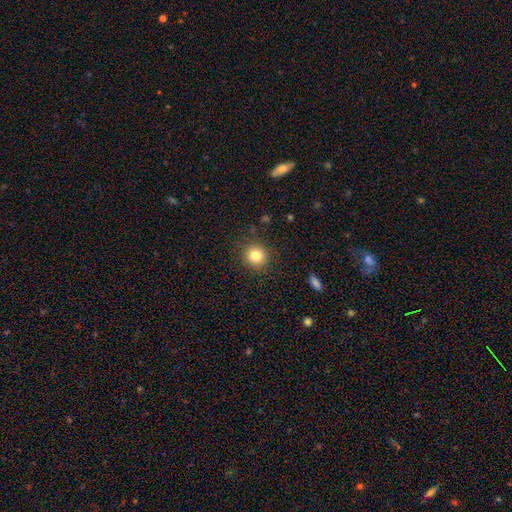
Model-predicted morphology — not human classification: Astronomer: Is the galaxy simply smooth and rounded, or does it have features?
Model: smooth — 82%.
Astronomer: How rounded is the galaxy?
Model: round — 91%.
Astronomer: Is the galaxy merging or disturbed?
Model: none — 89%.